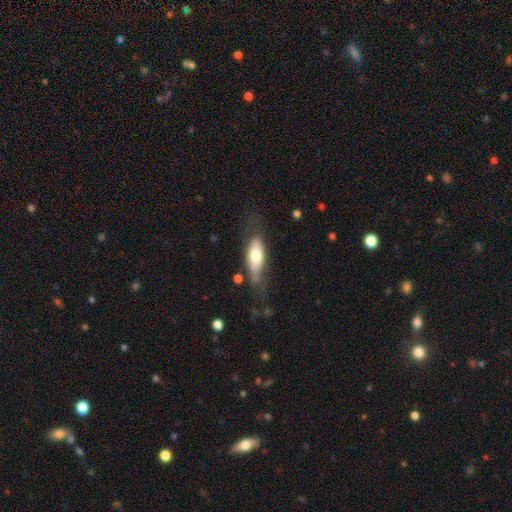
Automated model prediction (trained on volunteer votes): smooth 62%, featured or disk 32%, star or artifact 6%. Down the decision tree: how rounded — in between (72%); merging — none (56%).